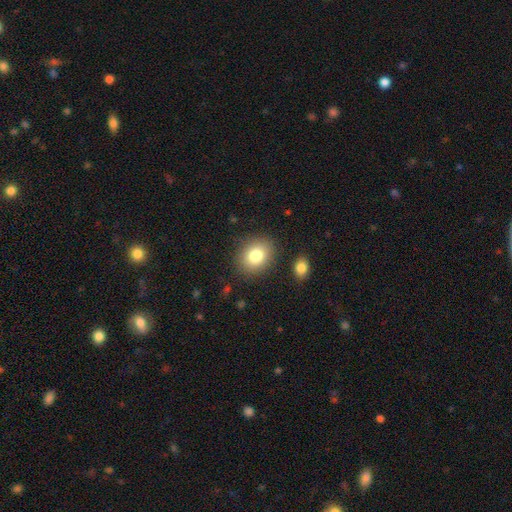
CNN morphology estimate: This is clearly a smooth galaxy (80%). How rounded: possibly round (52%). Merging: clearly none (86%).